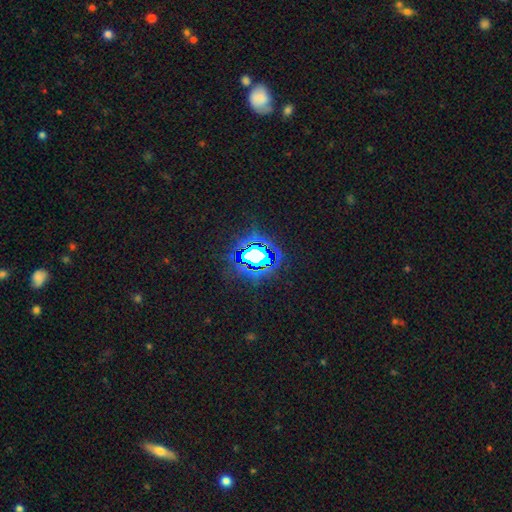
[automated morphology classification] type=star or artifact (71%).